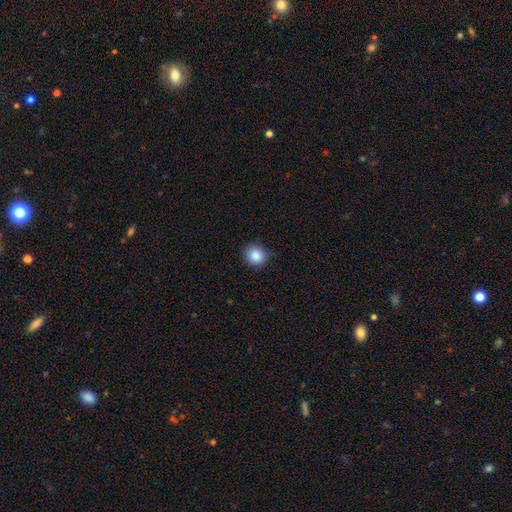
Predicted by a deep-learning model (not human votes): Smooth or featured? smooth (88%)
How rounded? round (88%)
Merging? none (85%)